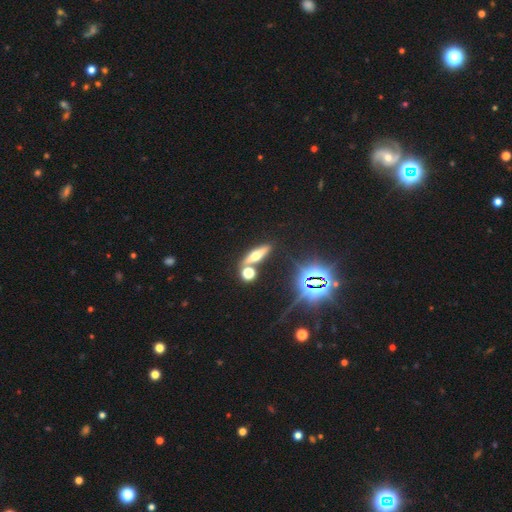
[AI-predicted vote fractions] A featured or disk galaxy (40%). Merging: none (72%).